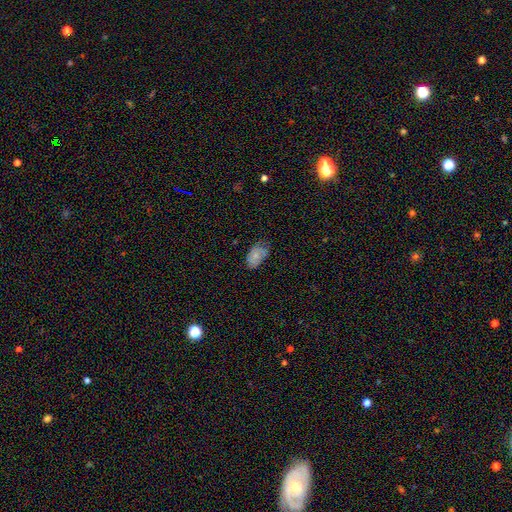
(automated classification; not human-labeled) This appears to be a smooth galaxy with no disk features (67%) that is in between round and cigar-shaped (91%). Merging: none (60%).